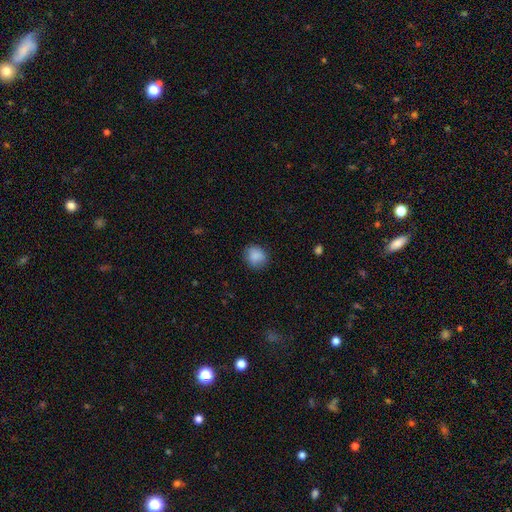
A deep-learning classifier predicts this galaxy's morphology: A smooth galaxy with no disk features (87%) that is round (72%).

Vote fractions:
- Smooth or featured? smooth: 87% / star or artifact: 8% / featured or disk: 5%
- How rounded? round: 72% / in between: 27% / cigar-shaped: 1%
- Merging? none: 81% / minor disturbance: 15% / major disturbance: 4% / merger: 1%